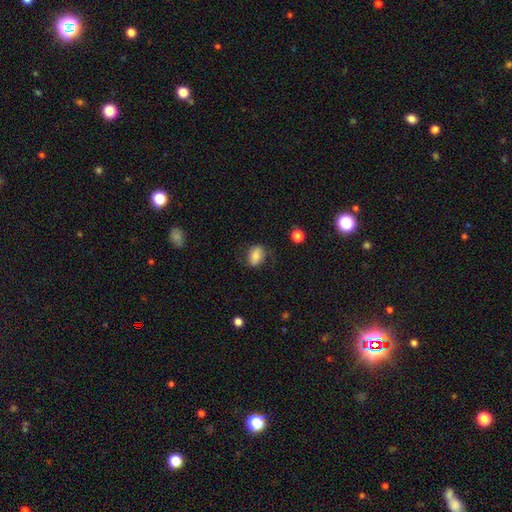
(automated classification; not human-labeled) A smooth galaxy with no disk features (73%) that is in between round and cigar-shaped (77%). Merging: none (69%).